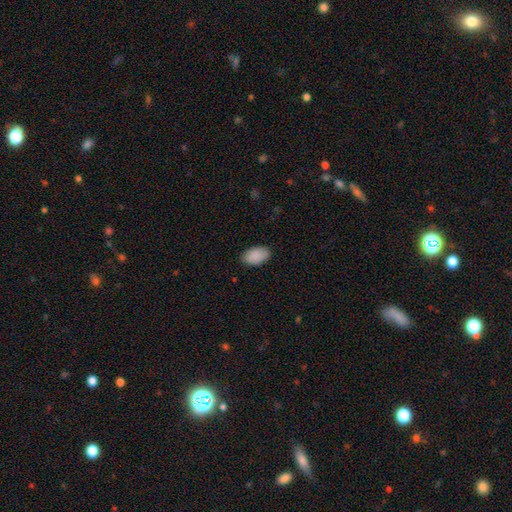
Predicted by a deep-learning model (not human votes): Morphology: type=smooth (90%); roundness=in between (93%); merging=none (86%).